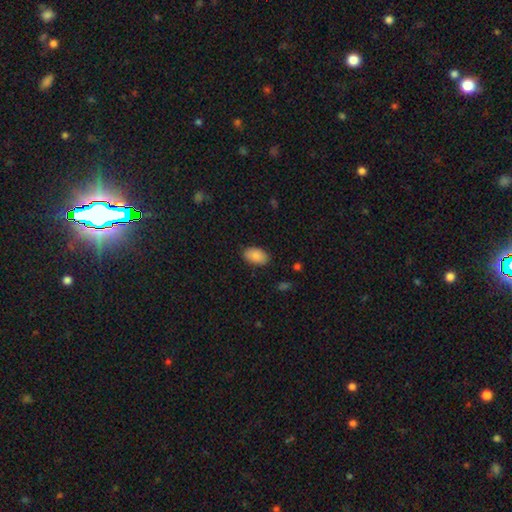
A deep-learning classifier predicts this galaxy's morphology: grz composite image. It shows a smooth galaxy with no disk features (88%) that is in between round and cigar-shaped (93%). Merging: none (87%).